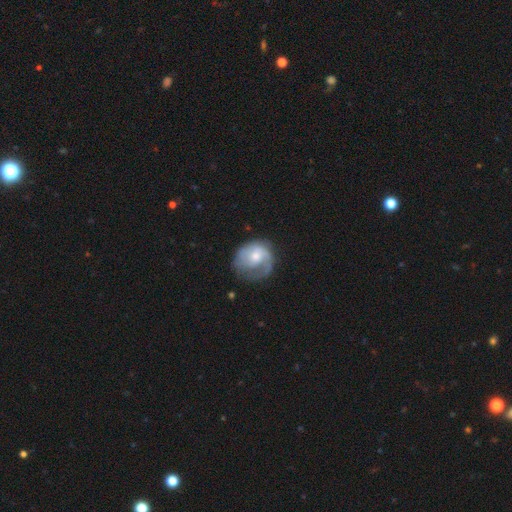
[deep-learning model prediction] Smooth or featured: featured or disk — 57% (smooth — 36%)
Edge-on disk: no — 98% (yes — 2%)
Bar: no — 69% (weak — 27%)
Spiral arms: yes — 78% (no — 22%)
Bulge size: moderate — 48% (small — 41%)
Merging: none — 47% (minor disturbance — 26%)